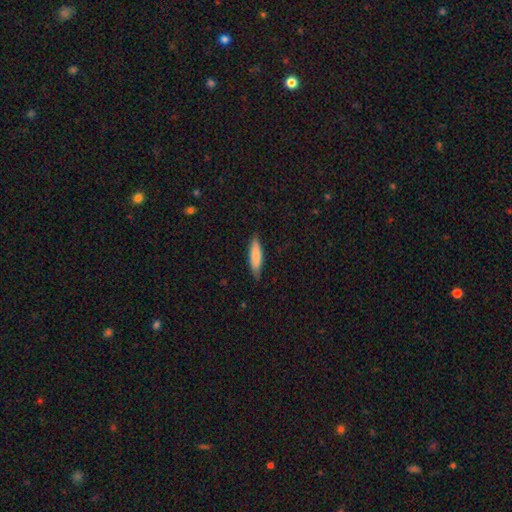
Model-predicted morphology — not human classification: A smooth galaxy with no disk features (79%) that is cigar-shaped (70%).

Vote fractions:
- Smooth or featured? smooth: 79% / featured or disk: 16% / star or artifact: 5%
- How rounded? cigar-shaped: 70% / in between: 29% / round: 1%
- Merging? none: 83% / minor disturbance: 14% / major disturbance: 2% / merger: 1%